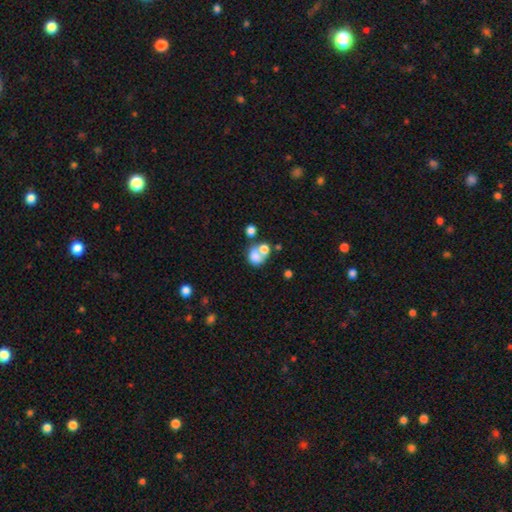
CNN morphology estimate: Smooth or featured? smooth (70%)
How rounded? in between (52%)
Merging? merger (58%)